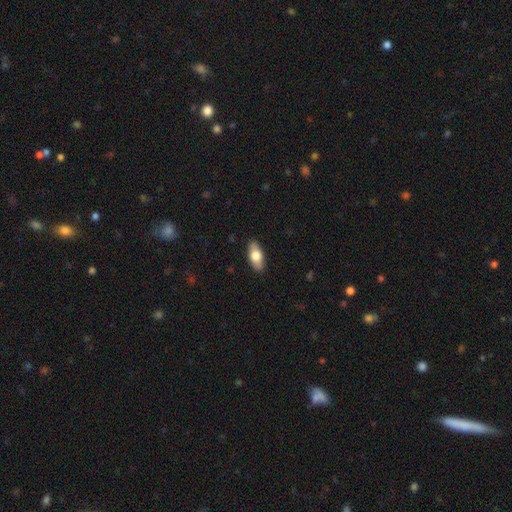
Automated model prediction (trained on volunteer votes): Smooth or featured? Predicted: smooth (p=0.72). How rounded? Predicted: in between (p=0.85). Merging? Predicted: none (p=0.88).